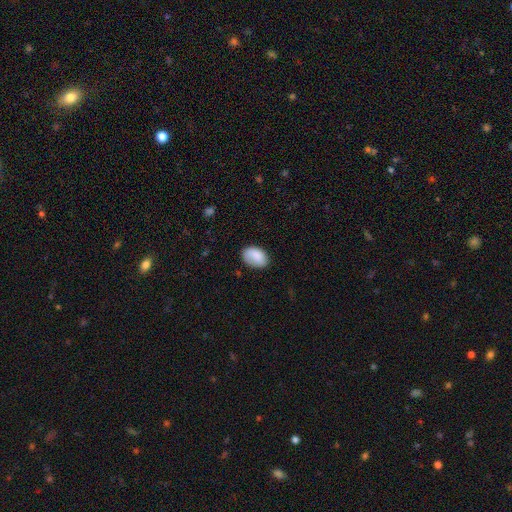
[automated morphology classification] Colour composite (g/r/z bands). It shows a smooth galaxy with no disk features (86%) that is in between round and cigar-shaped (87%). Merging: none (73%).